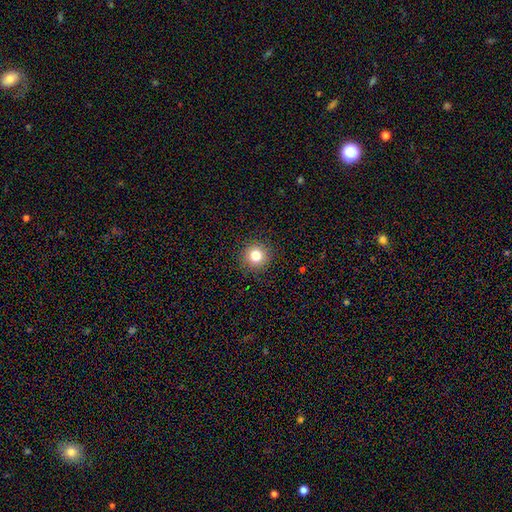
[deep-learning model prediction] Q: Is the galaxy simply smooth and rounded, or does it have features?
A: smooth — 80%.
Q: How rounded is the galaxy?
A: round — 95%.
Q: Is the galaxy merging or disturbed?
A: none — 91%.